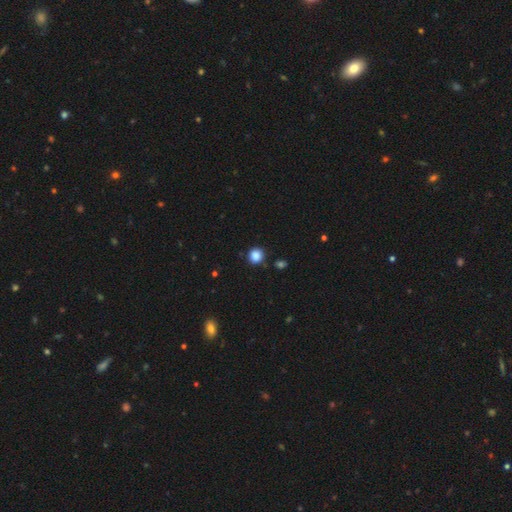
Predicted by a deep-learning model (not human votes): Smooth or featured: smooth — 86% (star or artifact — 11%)
How rounded: round — 89% (in between — 10%)
Merging: none — 86% (minor disturbance — 8%)